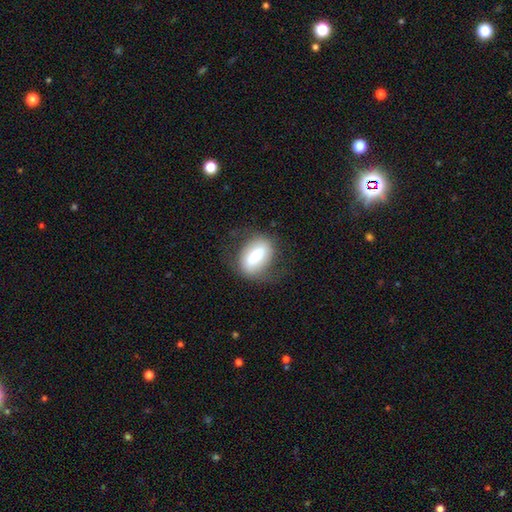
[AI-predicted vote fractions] Smooth or featured? Predicted: smooth (p=0.56). How rounded? Predicted: in between (p=0.76). Merging? Predicted: none (p=0.67).